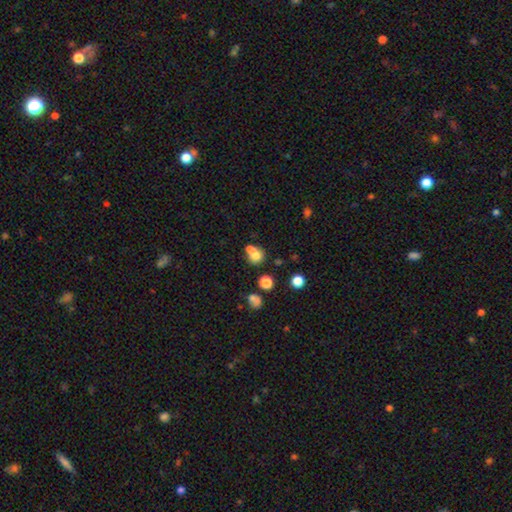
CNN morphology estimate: A smooth galaxy with no disk features (70%) that is round (67%).

Vote fractions:
- Smooth or featured? smooth: 70% / featured or disk: 17% / star or artifact: 13%
- How rounded? round: 67% / in between: 32% / cigar-shaped: 1%
- Merging? merger: 58% / none: 30% / minor disturbance: 7% / major disturbance: 5%